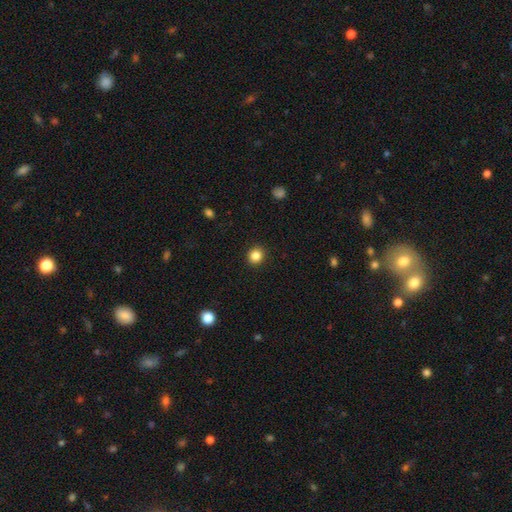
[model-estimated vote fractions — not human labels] Smooth or featured? smooth (84%)
How rounded? round (89%)
Merging? none (92%)